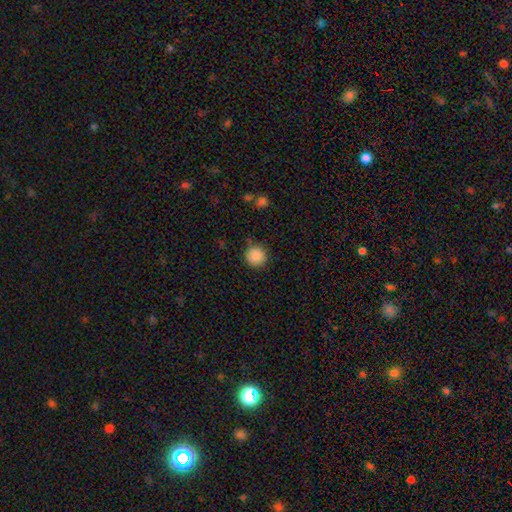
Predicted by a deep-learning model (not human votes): This appears to be a smooth galaxy with no disk features (88%) that is round (95%). Merging: none (87%).